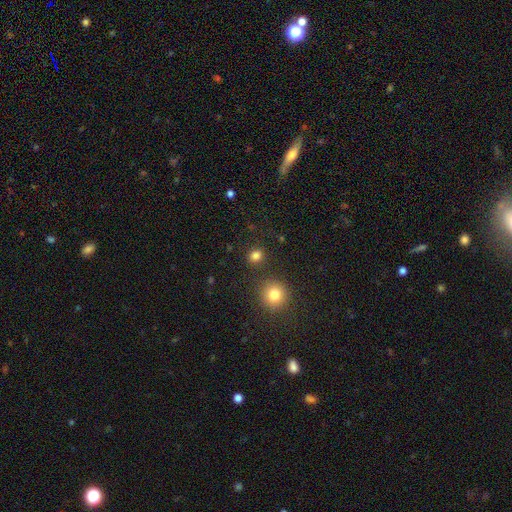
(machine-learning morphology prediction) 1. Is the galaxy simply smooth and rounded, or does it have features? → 82% smooth, 14% star or artifact, 4% featured or disk.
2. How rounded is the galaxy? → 73% round, 26% in between, 1% cigar-shaped.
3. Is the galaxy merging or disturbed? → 85% none, 8% minor disturbance, 4% merger, 3% major disturbance.